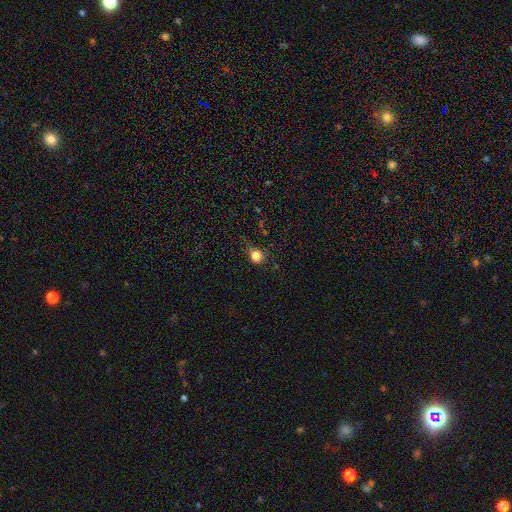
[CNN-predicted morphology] smooth 81%, star or artifact 13%, featured or disk 6%. Down the decision tree: how rounded — round (74%); merging — none (61%).